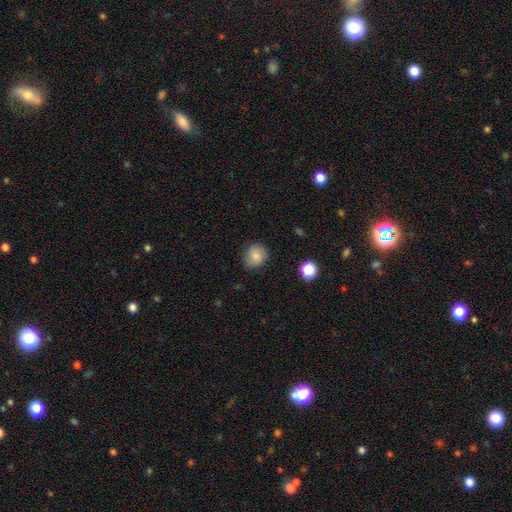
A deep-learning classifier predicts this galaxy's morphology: Smooth or featured?
  - smooth: 80% *
  - featured or disk: 11%
  - star or artifact: 9%
How rounded?
  - round: 78% *
  - in between: 21%
  - cigar-shaped: 1%
Merging?
  - none: 83% *
  - minor disturbance: 13%
  - major disturbance: 3%
  - merger: 1%